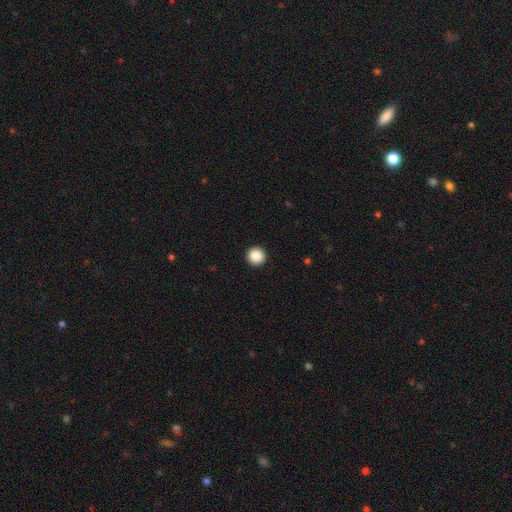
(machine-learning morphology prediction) type=smooth (88%); roundness=round (96%); merging=none (94%).